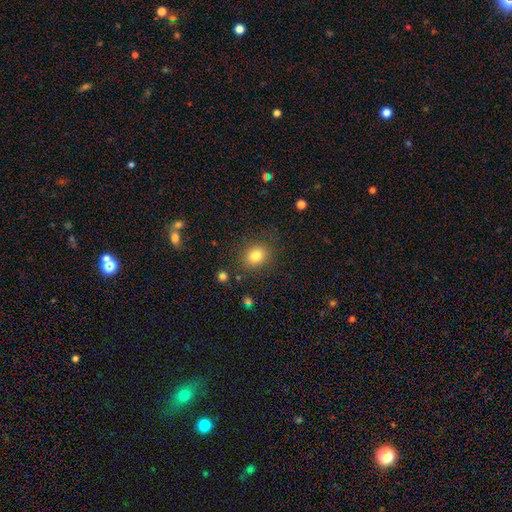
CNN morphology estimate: Smooth or featured? Predicted: smooth (p=0.81). How rounded? Predicted: round (p=0.64). Merging? Predicted: none (p=0.83).